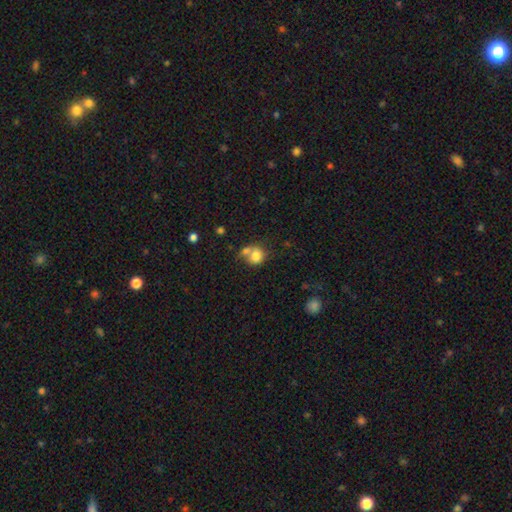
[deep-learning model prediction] A smooth galaxy with no disk features (78%) that is round (72%). Merging: merger (43%).